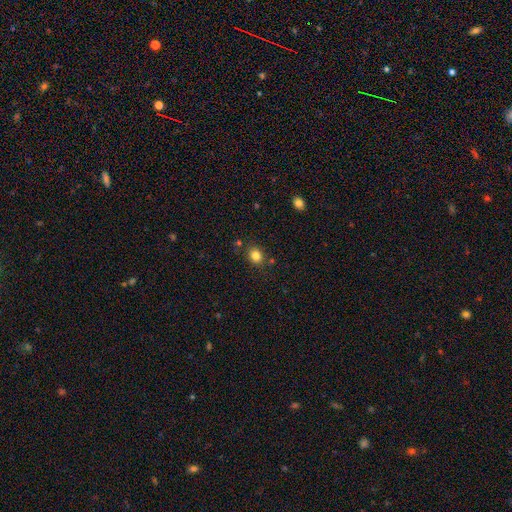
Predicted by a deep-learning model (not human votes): smooth 81%, star or artifact 13%, featured or disk 6%. Down the decision tree: how rounded — round (66%); merging — none (80%).